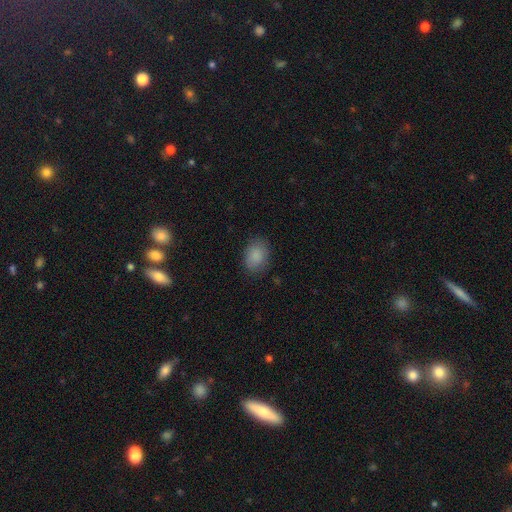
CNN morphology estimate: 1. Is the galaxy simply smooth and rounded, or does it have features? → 87% smooth, 8% star or artifact, 5% featured or disk.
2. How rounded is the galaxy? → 74% in between, 25% round, 1% cigar-shaped.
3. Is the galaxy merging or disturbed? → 82% none, 13% minor disturbance, 4% major disturbance, 1% merger.